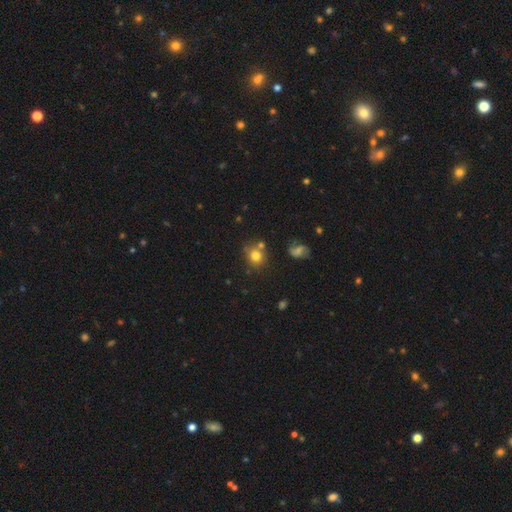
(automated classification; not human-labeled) Smooth or featured?
  - smooth: 77% *
  - star or artifact: 13%
  - featured or disk: 10%
How rounded?
  - round: 78% *
  - in between: 21%
  - cigar-shaped: 1%
Merging?
  - none: 66% *
  - merger: 15%
  - minor disturbance: 14%
  - major disturbance: 5%